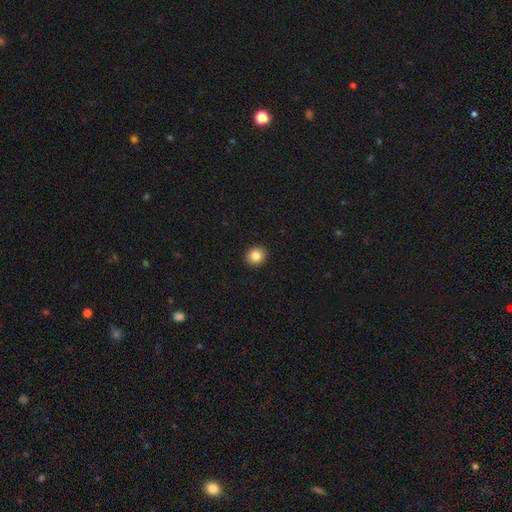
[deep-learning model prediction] smooth_or_featured: smooth (p=0.84) [alt: star or artifact p=0.09]
how_rounded: round (p=0.80) [alt: in between p=0.19]
merging: none (p=0.93) [alt: minor disturbance p=0.05]